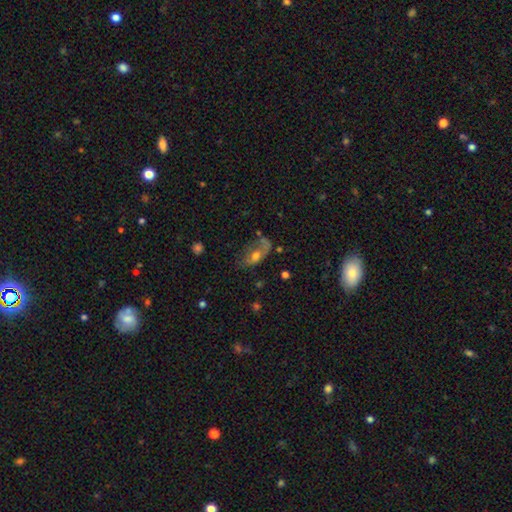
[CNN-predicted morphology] Smooth or featured: smooth — 54% (featured or disk — 37%)
How rounded: in between — 86% (round — 10%)
Merging: major disturbance — 35% (none — 32%)